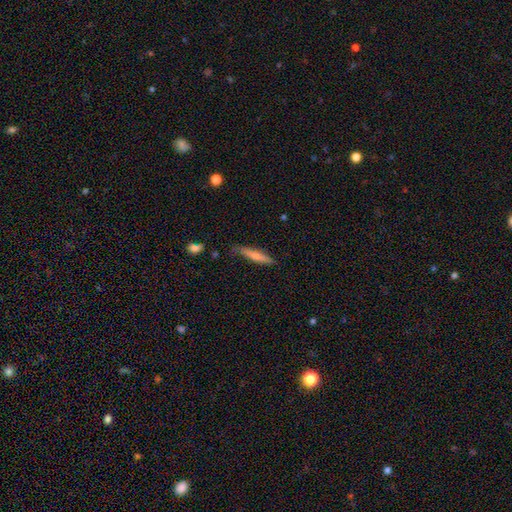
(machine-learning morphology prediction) Overall: smooth (72%). How rounded: cigar-shaped (89%). Merging: none (76%).